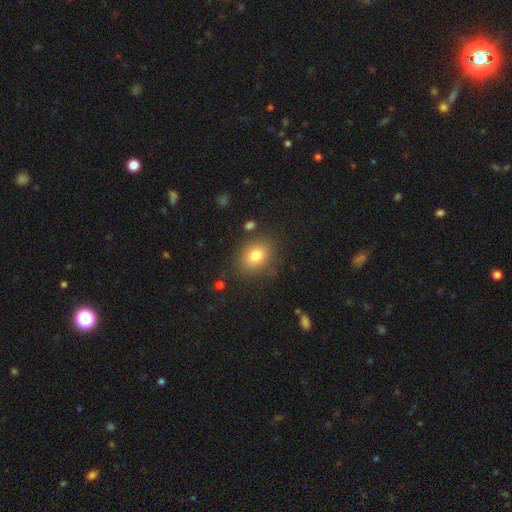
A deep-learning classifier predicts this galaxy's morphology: smooth-or-featured: smooth: 80% | star or artifact: 11% | featured or disk: 10%
  how-rounded: in between: 53% | round: 46% | cigar-shaped: 1%
  merging: none: 81% | minor disturbance: 12% | major disturbance: 4% | merger: 3%